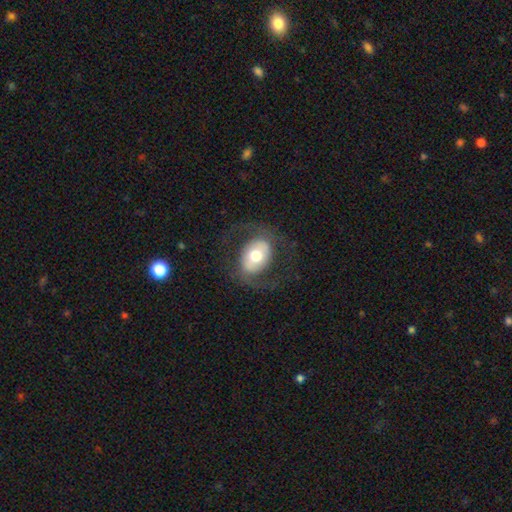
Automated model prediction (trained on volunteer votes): Overall: featured or disk (50%; smooth 43%). Edge-on disk: no (94%). Merging: none (71%).